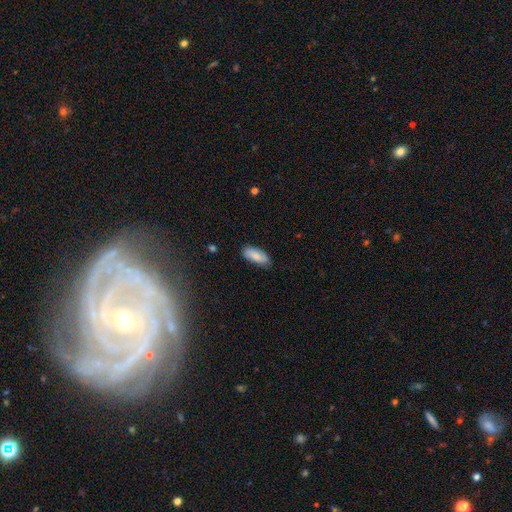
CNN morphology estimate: Smooth or featured? smooth (80%)
How rounded? in between (84%)
Merging? none (79%)